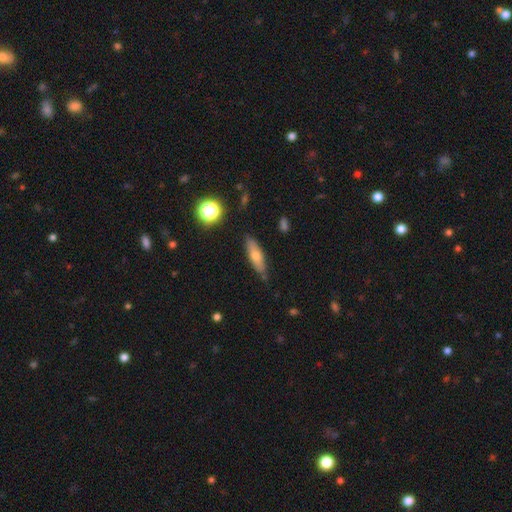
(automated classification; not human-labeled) Smooth or featured?
  - smooth: 63% *
  - featured or disk: 29%
  - star or artifact: 8%
How rounded?
  - cigar-shaped: 50% *
  - in between: 46%
  - round: 3%
Merging?
  - none: 80% *
  - minor disturbance: 15%
  - major disturbance: 3%
  - merger: 2%